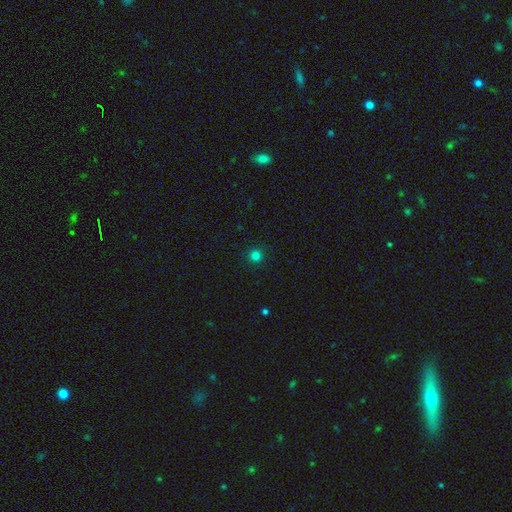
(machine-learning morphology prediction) smooth-or-featured: smooth: 80% | star or artifact: 16% | featured or disk: 4%
  how-rounded: round: 96% | in between: 3% | cigar-shaped: 1%
  merging: none: 93% | minor disturbance: 5% | major disturbance: 2% | merger: 1%